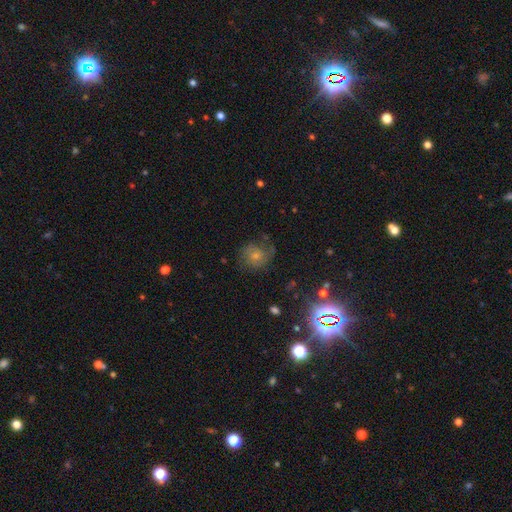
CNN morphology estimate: Overall: smooth (50%; featured or disk 37%). How rounded: round (76%). Merging: none (58%; minor disturbance 24%).